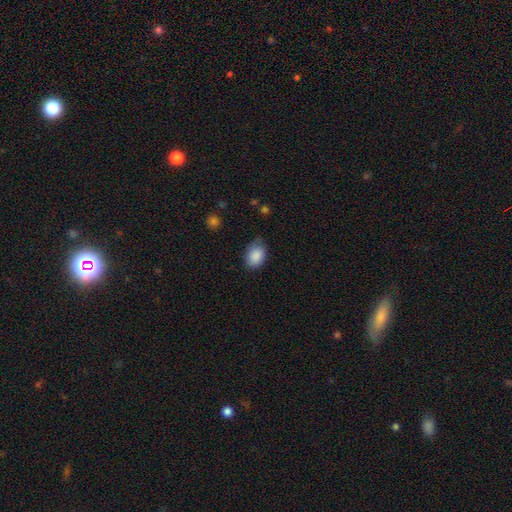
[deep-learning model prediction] Morphology: type=smooth (87%); roundness=in between (79%); merging=none (61%).